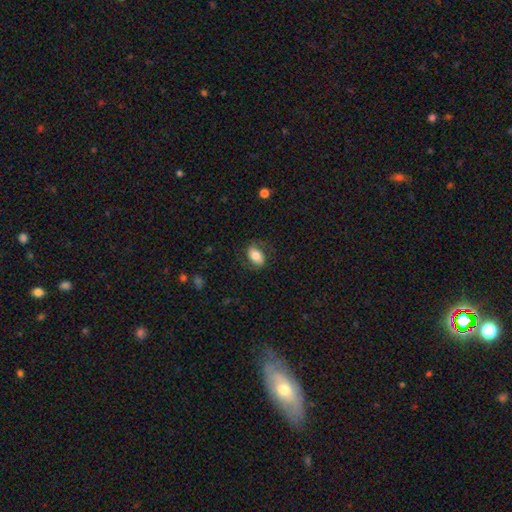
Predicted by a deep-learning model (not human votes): Overall: smooth (71%). How rounded: in between (89%). Merging: none (72%).